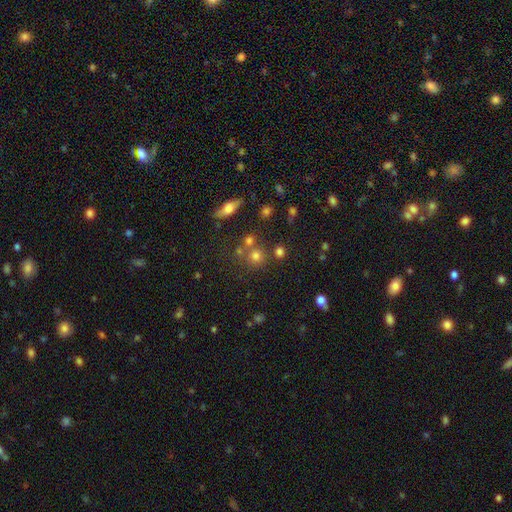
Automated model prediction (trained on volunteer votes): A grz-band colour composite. It shows a smooth galaxy with no disk features (67%) that is round (88%). Merging: none (66%).